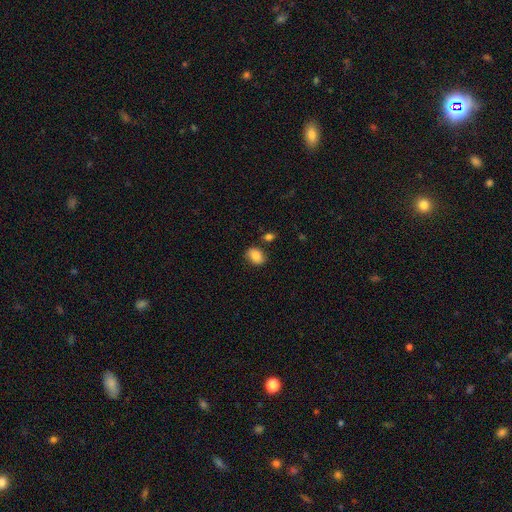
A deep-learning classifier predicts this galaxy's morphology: A smooth galaxy with no disk features (85%) that is in between round and cigar-shaped (68%).

Vote fractions:
- Smooth or featured? smooth: 85% / star or artifact: 8% / featured or disk: 7%
- How rounded? in between: 68% / round: 31% / cigar-shaped: 1%
- Merging? none: 80% / minor disturbance: 12% / merger: 5% / major disturbance: 3%